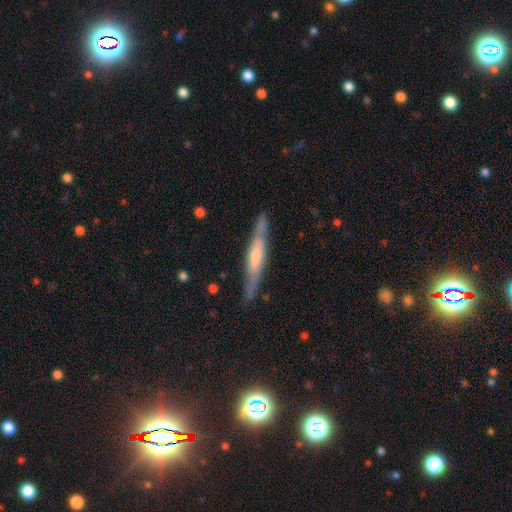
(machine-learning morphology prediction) type=featured or disk (57%); edge-on=yes (87%); merging=none (83%).